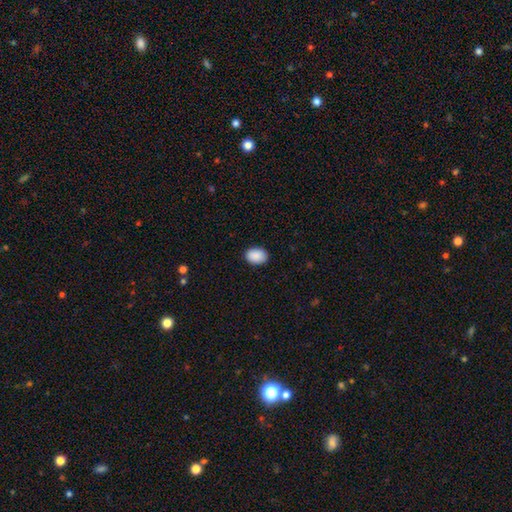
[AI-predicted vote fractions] A smooth galaxy with no disk features (90%) that is in between round and cigar-shaped (74%). Merging: none (89%).